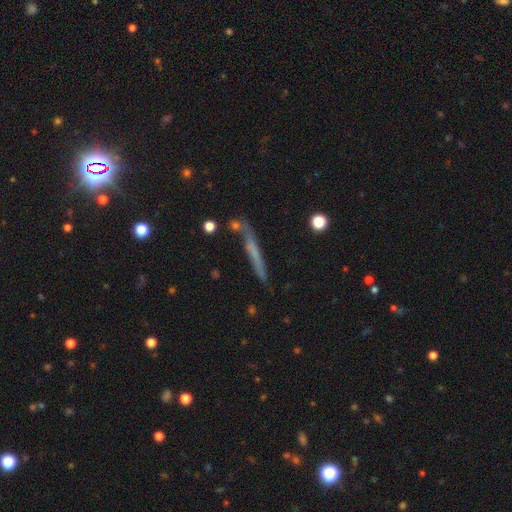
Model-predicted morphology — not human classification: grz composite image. It shows a smooth galaxy with no disk features (46%). Merging: none (72%).